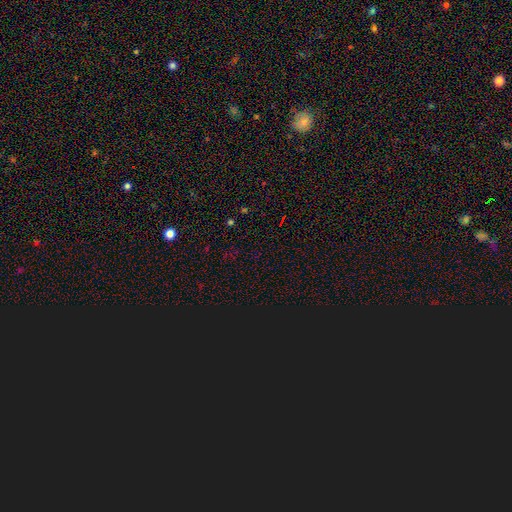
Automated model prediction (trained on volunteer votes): This is likely a star or artifact rather than a galaxy (71%).